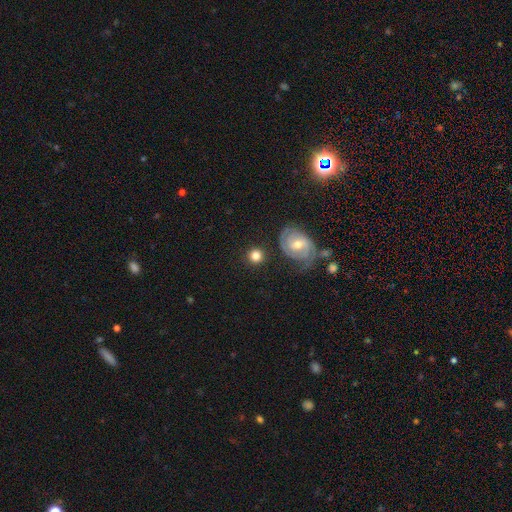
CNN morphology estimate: Overall: smooth (73%). How rounded: round (89%). Merging: none (82%).